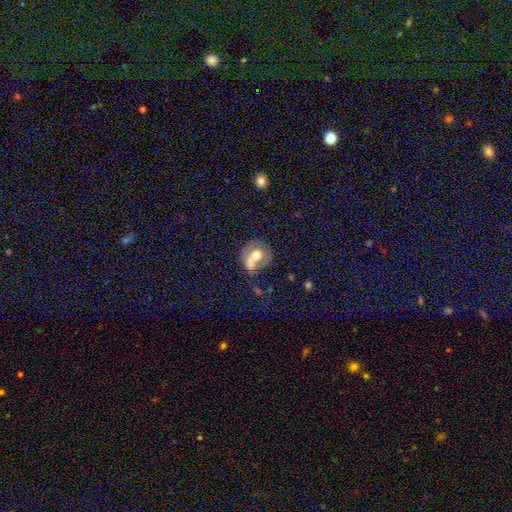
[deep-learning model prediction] A smooth galaxy with no disk features (52%) that is round (76%). Merging: none (42%).